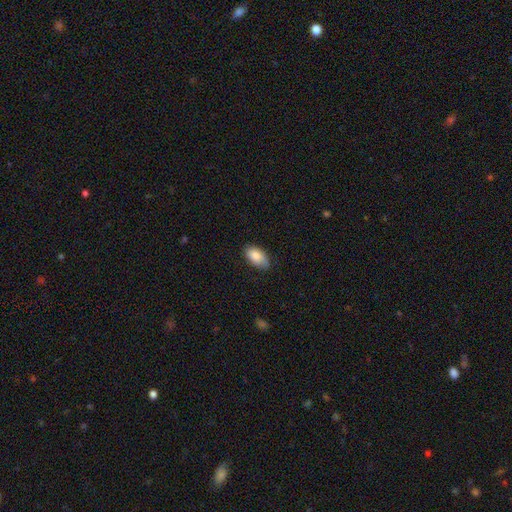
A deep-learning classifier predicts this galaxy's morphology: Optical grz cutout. It shows a smooth galaxy with no disk features (83%) that is in between round and cigar-shaped (94%). Merging: none (76%).